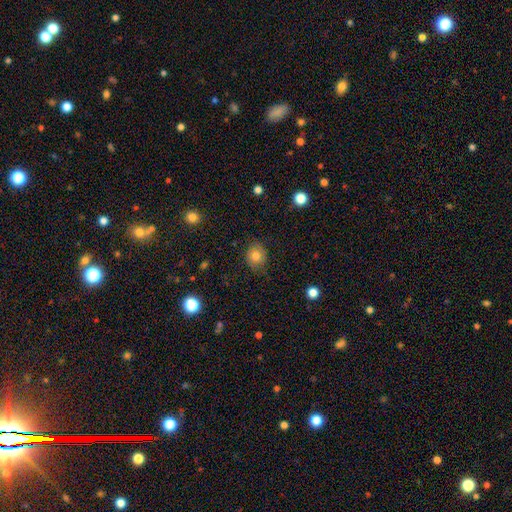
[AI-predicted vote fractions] Smooth or featured? Predicted: smooth (p=0.78). How rounded? Predicted: round (p=0.76). Merging? Predicted: none (p=0.79).